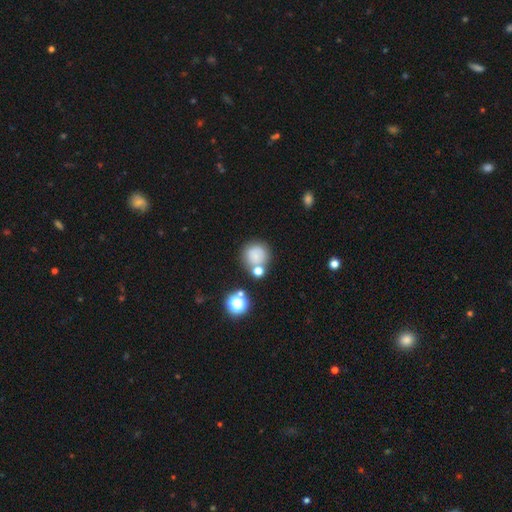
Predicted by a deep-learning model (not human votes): Smooth or featured?
  - smooth: 73% *
  - star or artifact: 14%
  - featured or disk: 13%
How rounded?
  - round: 90% *
  - in between: 9%
  - cigar-shaped: 1%
Merging?
  - none: 63% *
  - merger: 19%
  - minor disturbance: 13%
  - major disturbance: 6%